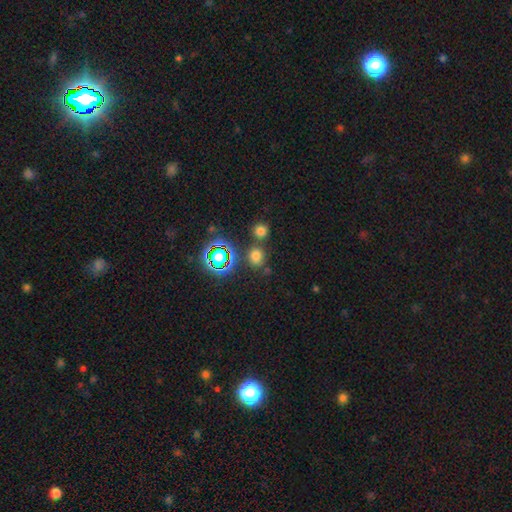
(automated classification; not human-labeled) Smooth or featured?
  - smooth: 67% *
  - star or artifact: 27%
  - featured or disk: 7%
How rounded?
  - round: 69% *
  - in between: 30%
  - cigar-shaped: 1%
Merging?
  - none: 73% *
  - merger: 14%
  - minor disturbance: 10%
  - major disturbance: 4%